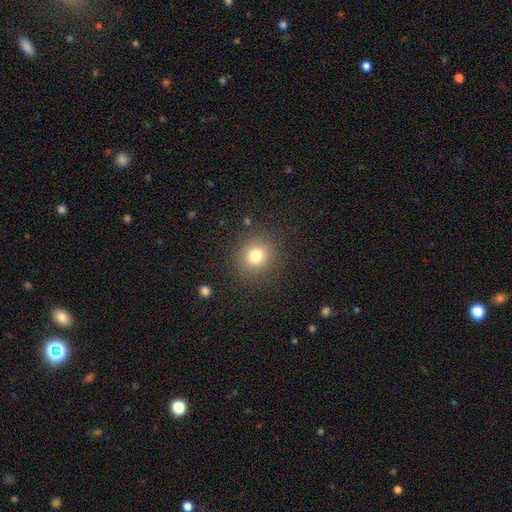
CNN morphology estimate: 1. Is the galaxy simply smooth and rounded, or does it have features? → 77% smooth, 14% star or artifact, 9% featured or disk.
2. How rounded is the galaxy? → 88% round, 11% in between, 1% cigar-shaped.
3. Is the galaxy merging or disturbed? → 88% none, 7% minor disturbance, 3% major disturbance, 2% merger.